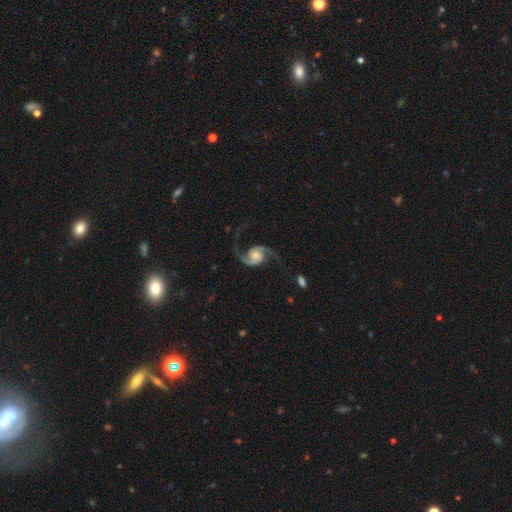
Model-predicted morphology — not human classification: The model was most divided on "spiral winding": loose: 48%, medium: 43%, tight: 9%. Remaining: spiral arms — yes (98%); edge-on disk — no (98%); spiral arm count — 2 (94%); smooth or featured — featured or disk (93%); merging — none (77%); bar — no (67%); bulge size — moderate (46%).